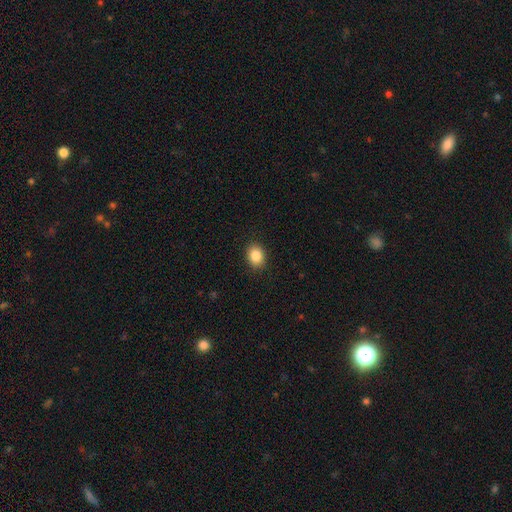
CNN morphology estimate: The model was most divided on "how rounded": in between: 54%, round: 45%, cigar-shaped: 1%. More confident: merging — none (90%); smooth or featured — smooth (86%).